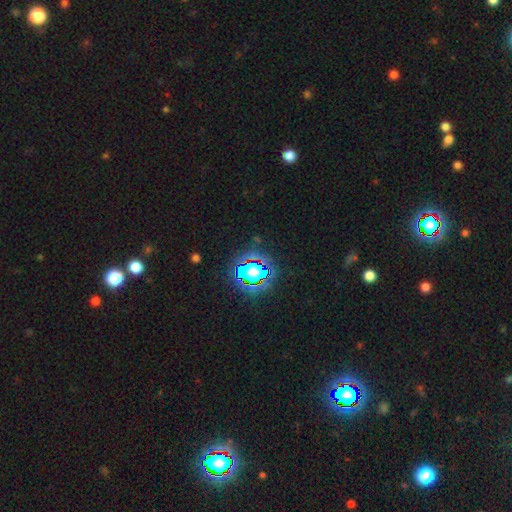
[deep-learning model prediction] This appears to be a star or artifact, not a galaxy (81%).